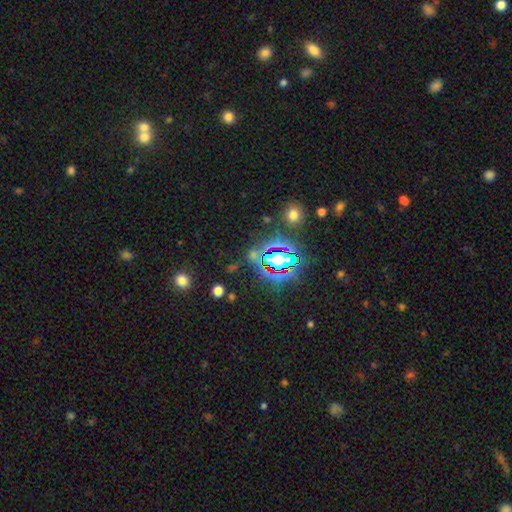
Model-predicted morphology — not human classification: Smooth or featured? Predicted: star or artifact (p=0.73).